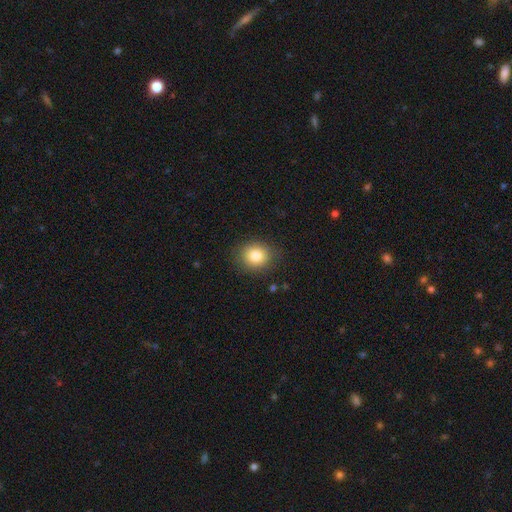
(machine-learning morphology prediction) Overall: smooth (82%). How rounded: round (69%; in between 30%). Merging: none (86%).